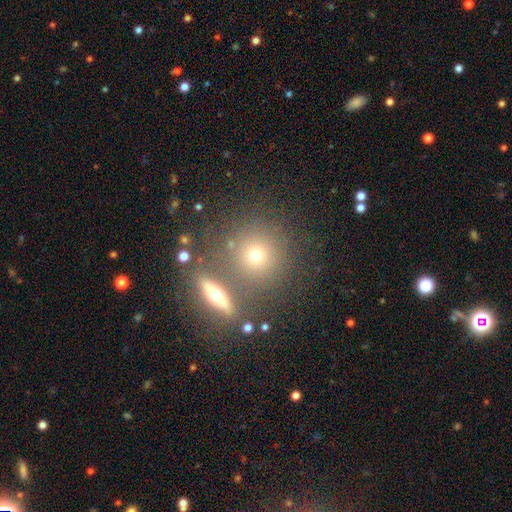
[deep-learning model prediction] A smooth galaxy with no disk features (65%) that is round (88%).

Vote fractions:
- Smooth or featured? smooth: 65% / featured or disk: 19% / star or artifact: 16%
- How rounded? round: 88% / in between: 9% / cigar-shaped: 2%
- Merging? none: 70% / merger: 17% / minor disturbance: 9% / major disturbance: 4%